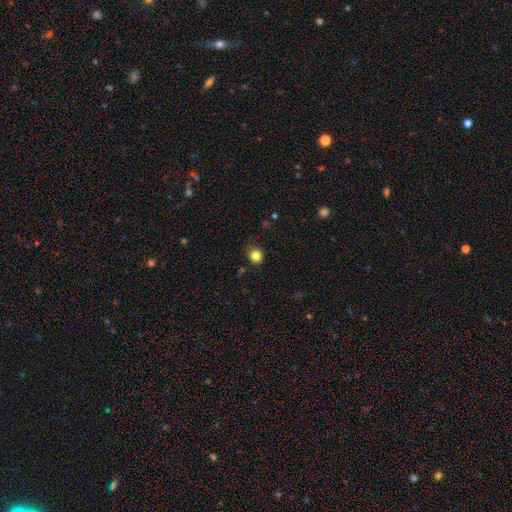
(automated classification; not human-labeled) smooth-or-featured: smooth: 83% | star or artifact: 12% | featured or disk: 5%
  how-rounded: round: 87% | in between: 12% | cigar-shaped: 1%
  merging: none: 84% | minor disturbance: 12% | major disturbance: 3% | merger: 2%